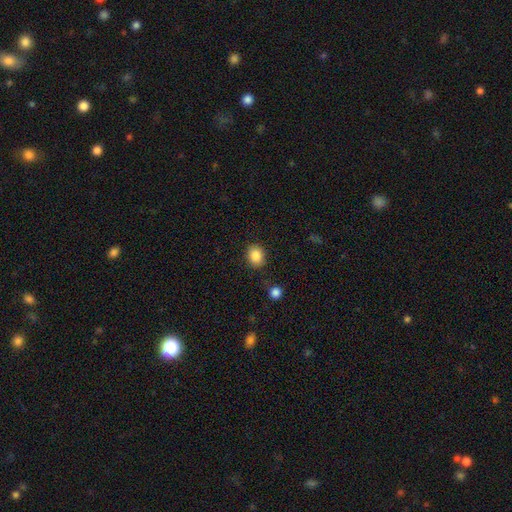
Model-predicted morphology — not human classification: smooth_or_featured: smooth (p=0.87) [alt: star or artifact p=0.09]
how_rounded: round (p=0.58) [alt: in between p=0.41]
merging: none (p=0.84) [alt: minor disturbance p=0.11]